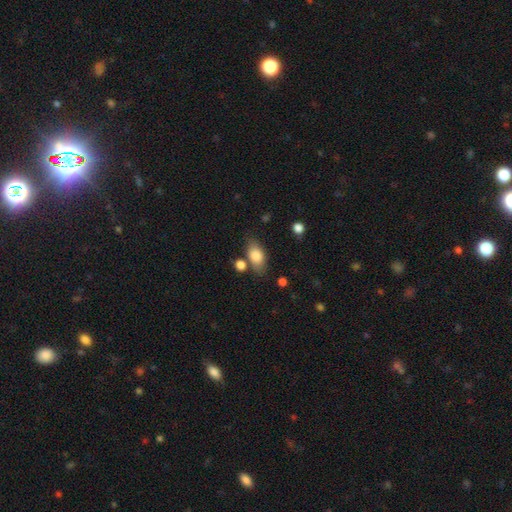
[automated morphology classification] The model was most divided on "merging": none: 70%, minor disturbance: 15%, merger: 10%, major disturbance: 5%. More confident: how rounded — in between (87%); smooth or featured — smooth (82%).